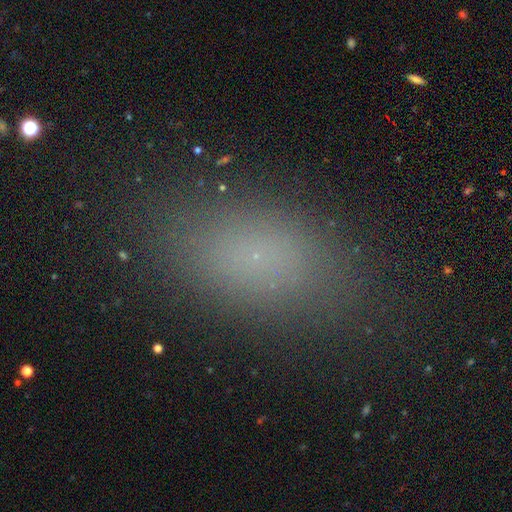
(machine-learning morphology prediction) Smooth or featured? smooth (73%)
How rounded? in between (86%)
Merging? none (82%)